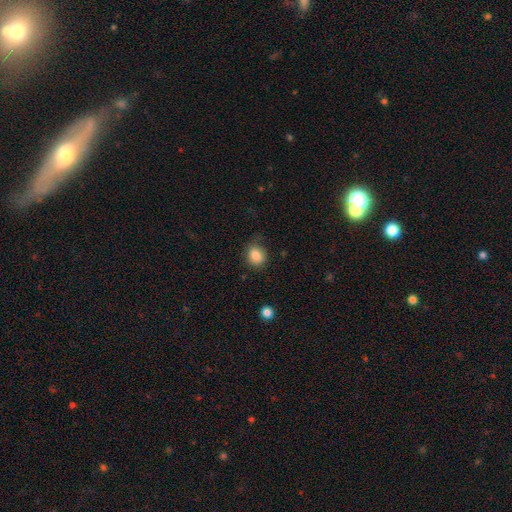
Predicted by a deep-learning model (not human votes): Smooth or featured? smooth (84%)
How rounded? round (65%)
Merging? none (74%)